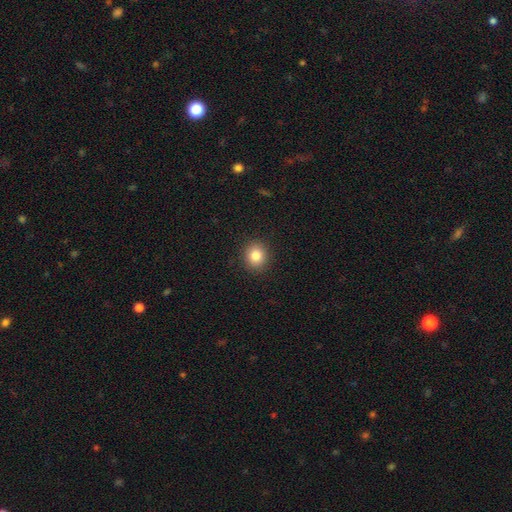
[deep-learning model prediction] Smooth or featured: smooth — 83% (star or artifact — 10%)
How rounded: round — 75% (in between — 24%)
Merging: none — 91% (minor disturbance — 6%)